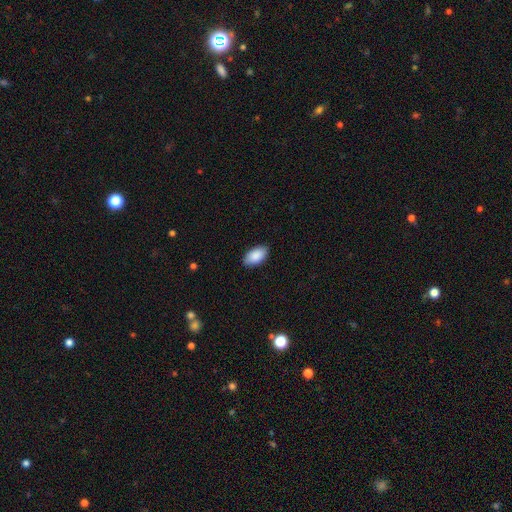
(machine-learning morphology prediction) A smooth galaxy with no disk features (89%) that is in between round and cigar-shaped (95%). Merging: none (86%).